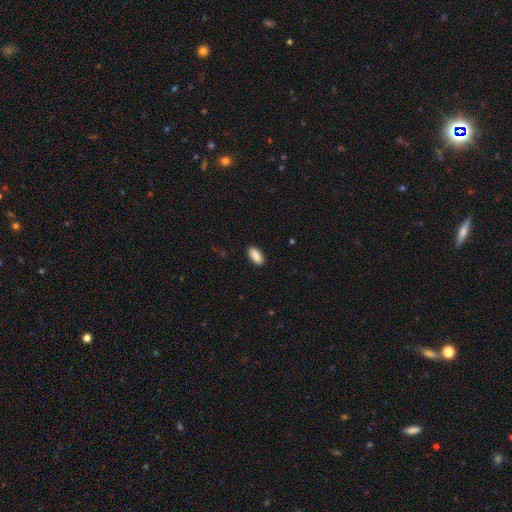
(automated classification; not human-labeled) Smooth or featured? Predicted: smooth (p=0.90). How rounded? Predicted: in between (p=0.88). Merging? Predicted: none (p=0.89).